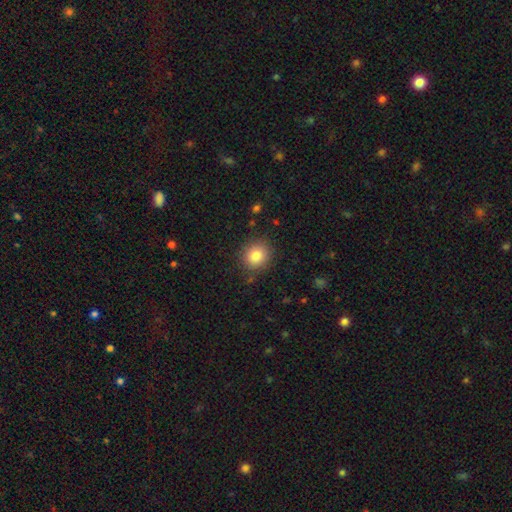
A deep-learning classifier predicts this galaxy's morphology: A smooth galaxy with no disk features (83%) that is round (82%). Merging: none (85%).